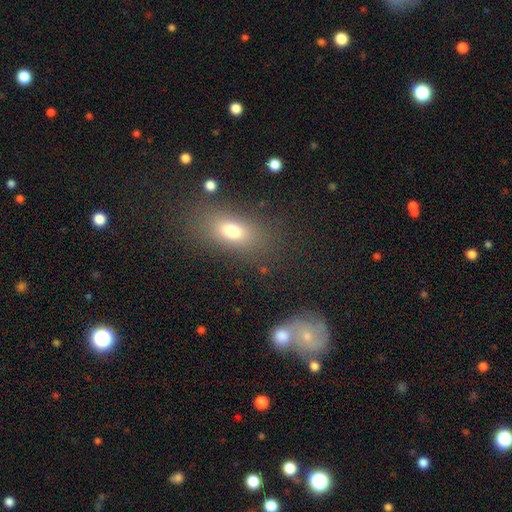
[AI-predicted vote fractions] Smooth or featured? Predicted: smooth (p=0.59). How rounded? Predicted: in between (p=0.75). Merging? Predicted: none (p=0.82).